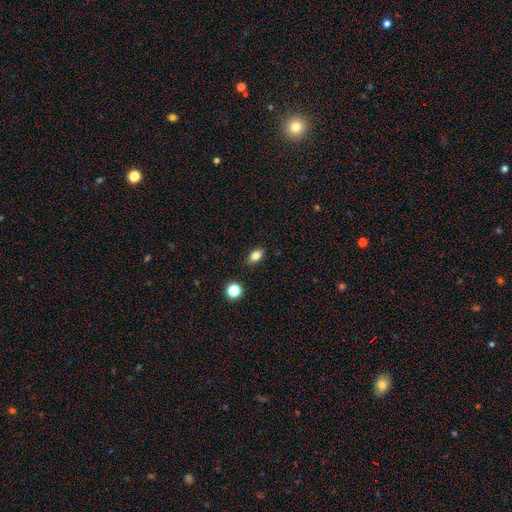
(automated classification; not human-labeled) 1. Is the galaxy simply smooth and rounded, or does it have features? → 81% smooth, 11% star or artifact, 8% featured or disk.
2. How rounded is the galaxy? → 79% in between, 18% round, 3% cigar-shaped.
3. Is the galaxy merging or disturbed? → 85% none, 11% minor disturbance, 2% major disturbance, 2% merger.